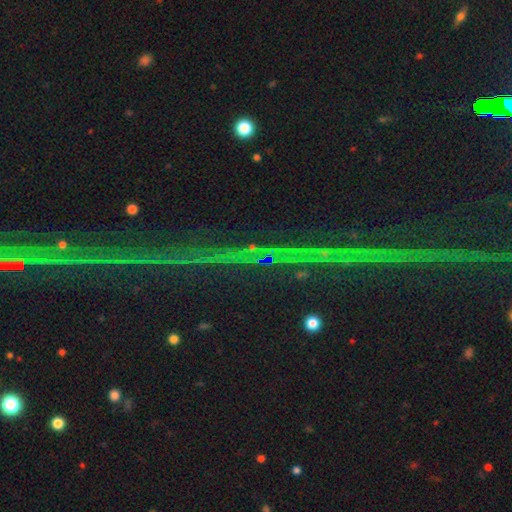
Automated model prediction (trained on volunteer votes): Q: Smooth or featured?
A: star or artifact (86%); runner-up: featured or disk (8%)